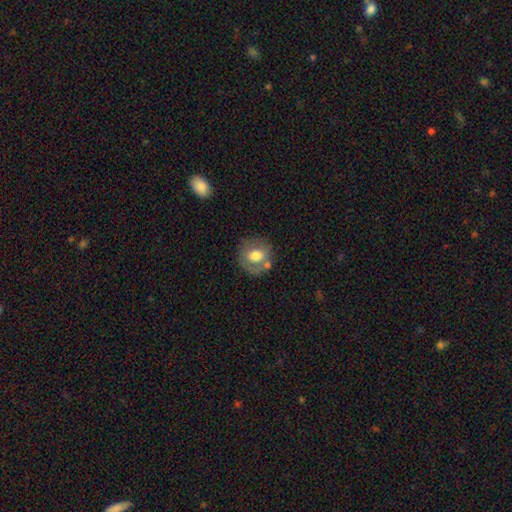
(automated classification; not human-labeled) This is likely a smooth galaxy (64%). How rounded: clearly round (80%). Merging: likely none (65%).